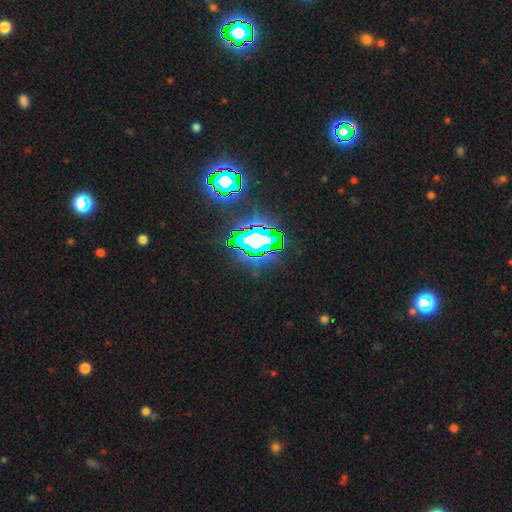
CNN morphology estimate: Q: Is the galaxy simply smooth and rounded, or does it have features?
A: star or artifact — 83%.